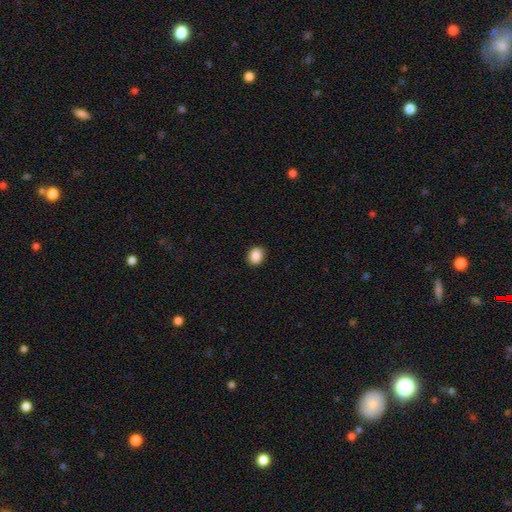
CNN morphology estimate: This appears to be a smooth galaxy with no disk features (87%) that is in between round and cigar-shaped (53%). Merging: none (89%).